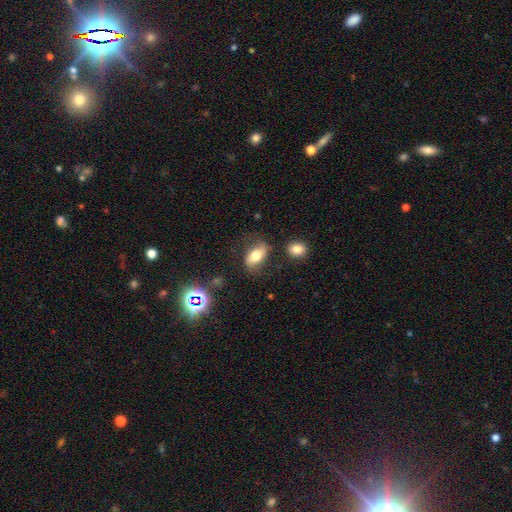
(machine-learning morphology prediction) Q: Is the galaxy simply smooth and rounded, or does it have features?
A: smooth — 62%.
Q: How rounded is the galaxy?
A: in between — 86%.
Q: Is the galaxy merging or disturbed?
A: none — 68%.